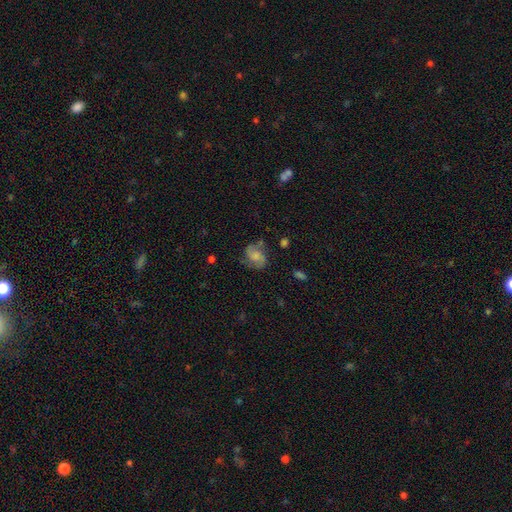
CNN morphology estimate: Smooth or featured? Predicted: featured or disk (p=0.53). Edge-on disk? Predicted: no (p=0.97). Bar? Predicted: no (p=0.64). Spiral arms? Predicted: yes (p=0.87). Bulge size? Predicted: moderate (p=0.29, tied with small). Merging? Predicted: none (p=0.63).